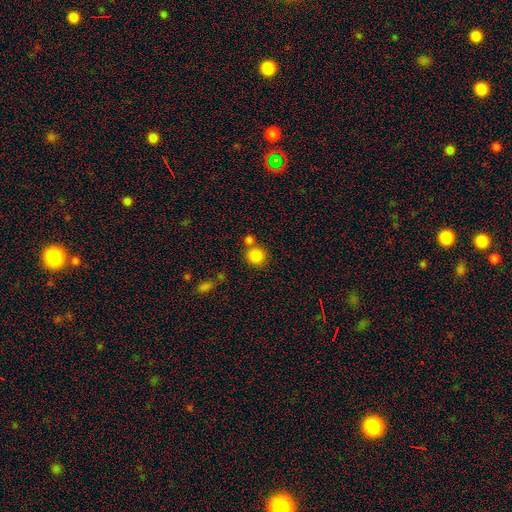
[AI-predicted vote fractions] Smooth or featured?
  - smooth: 85% *
  - star or artifact: 10%
  - featured or disk: 5%
How rounded?
  - round: 89% *
  - in between: 10%
  - cigar-shaped: 1%
Merging?
  - none: 66% *
  - merger: 22%
  - minor disturbance: 9%
  - major disturbance: 4%